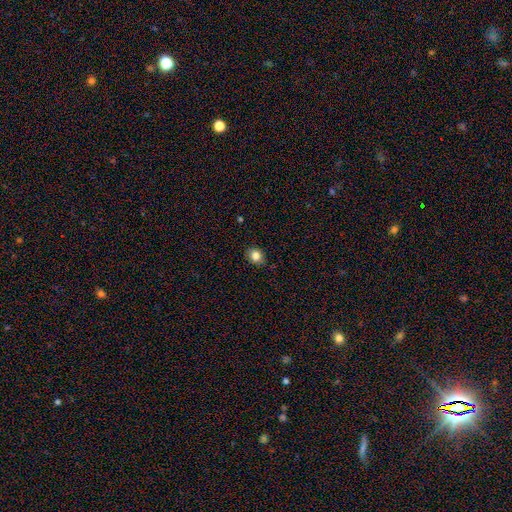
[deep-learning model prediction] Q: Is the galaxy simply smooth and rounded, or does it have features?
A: smooth — 83%.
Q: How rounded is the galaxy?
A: round — 59%.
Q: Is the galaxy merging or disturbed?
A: none — 85%.